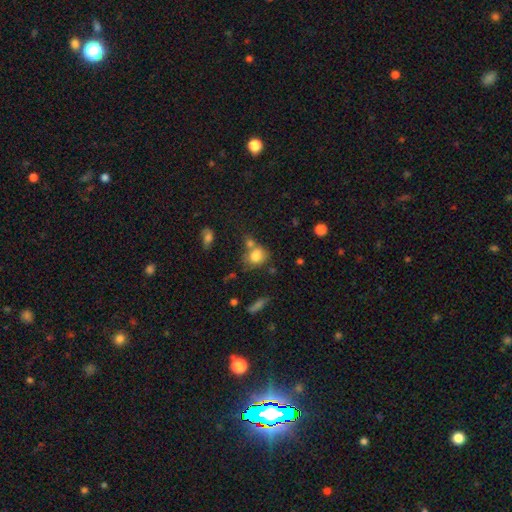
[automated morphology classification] This appears to be a smooth galaxy with no disk features (80%) that is round (51%). Merging: none (47%).